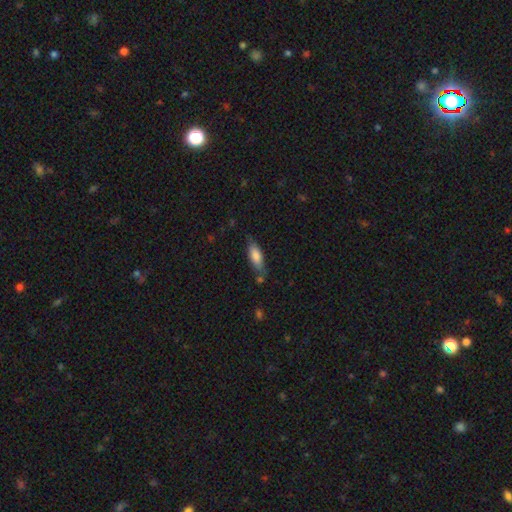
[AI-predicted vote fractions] Smooth or featured?
  - smooth: 78% *
  - featured or disk: 15%
  - star or artifact: 7%
How rounded?
  - in between: 69% *
  - cigar-shaped: 29%
  - round: 2%
Merging?
  - none: 63% *
  - minor disturbance: 24%
  - merger: 7%
  - major disturbance: 6%